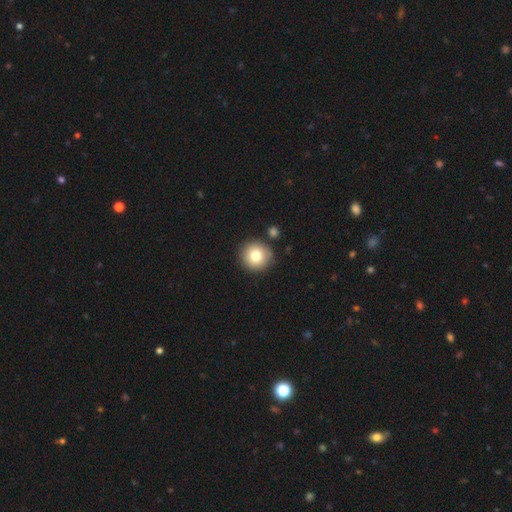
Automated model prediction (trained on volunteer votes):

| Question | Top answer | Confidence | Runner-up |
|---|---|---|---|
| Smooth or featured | smooth | 79% | featured or disk (11%) |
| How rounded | round | 94% | in between (5%) |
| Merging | none | 85% | minor disturbance (8%) |